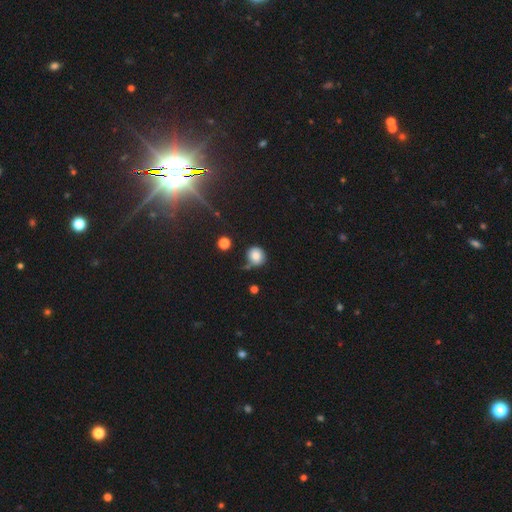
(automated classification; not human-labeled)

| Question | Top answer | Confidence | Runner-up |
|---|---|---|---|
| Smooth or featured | smooth | 83% | star or artifact (10%) |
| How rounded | round | 84% | in between (15%) |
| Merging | none | 64% | minor disturbance (22%) |